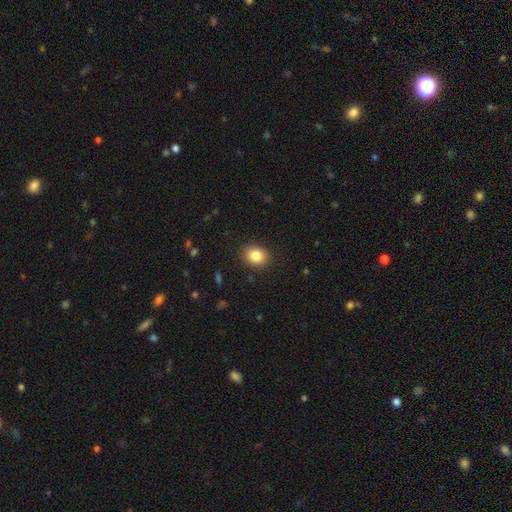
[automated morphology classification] A smooth galaxy with no disk features (84%) that is in between round and cigar-shaped (52%).

Vote fractions:
- Smooth or featured? smooth: 84% / star or artifact: 9% / featured or disk: 7%
- How rounded? in between: 52% / round: 47% / cigar-shaped: 1%
- Merging? none: 89% / minor disturbance: 8% / major disturbance: 2% / merger: 1%